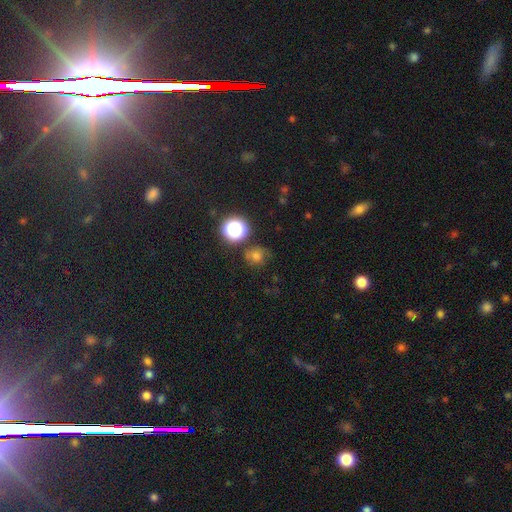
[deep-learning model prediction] Smooth or featured? smooth (63%)
How rounded? round (83%)
Merging? none (70%)